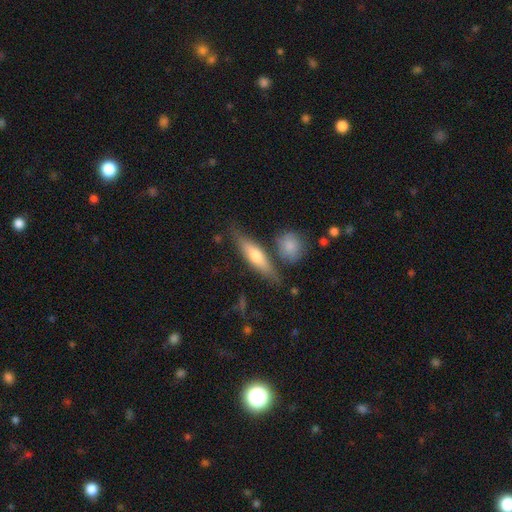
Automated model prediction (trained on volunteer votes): Q: Smooth or featured?
A: smooth (53%); runner-up: featured or disk (41%)
Q: How rounded?
A: cigar-shaped (65%); runner-up: in between (32%)
Q: Merging?
A: none (73%); runner-up: minor disturbance (14%)